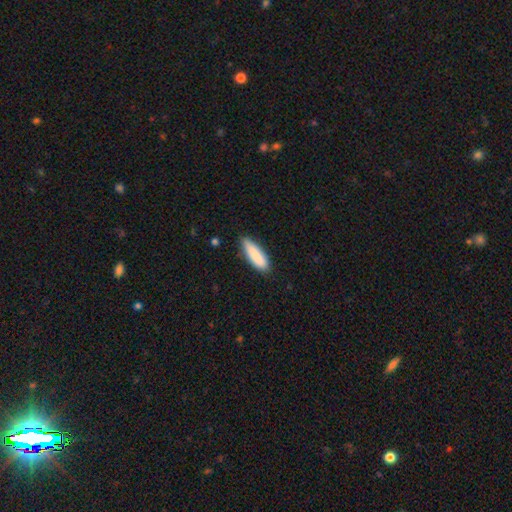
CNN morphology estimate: Q: Smooth or featured?
A: smooth (87%); runner-up: featured or disk (7%)
Q: How rounded?
A: in between (49%); tied with: cigar-shaped (49%)
Q: Merging?
A: none (79%); runner-up: minor disturbance (17%)